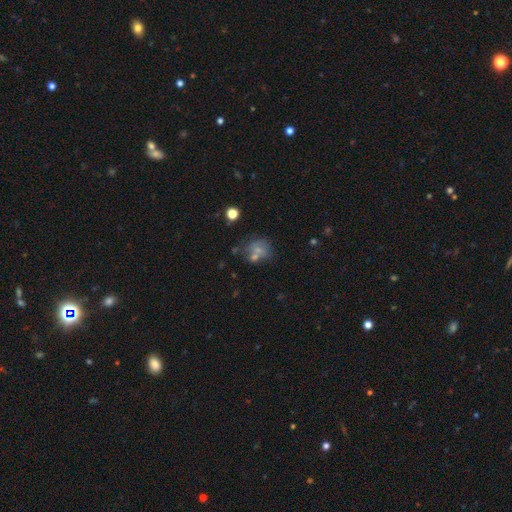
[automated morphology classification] Smooth or featured: smooth — 42% (star or artifact — 30%)
Merging: none — 55% (minor disturbance — 17%)